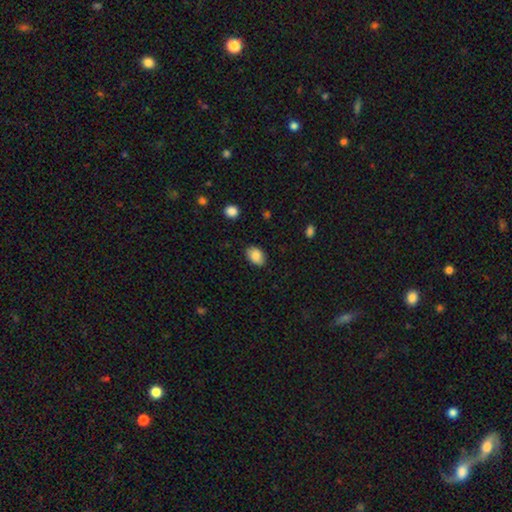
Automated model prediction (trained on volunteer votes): Morphology: type=smooth (87%); roundness=in between (84%); merging=none (83%).